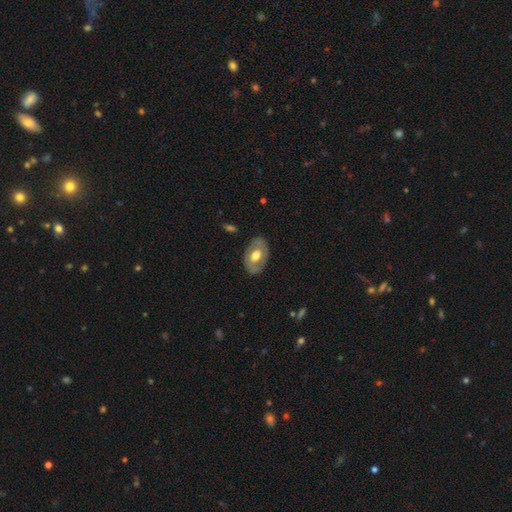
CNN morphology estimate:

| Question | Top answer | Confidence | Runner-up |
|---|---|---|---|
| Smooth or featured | featured or disk | 53% | smooth (42%) |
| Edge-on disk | no | 91% | yes (9%) |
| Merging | none | 80% | minor disturbance (14%) |